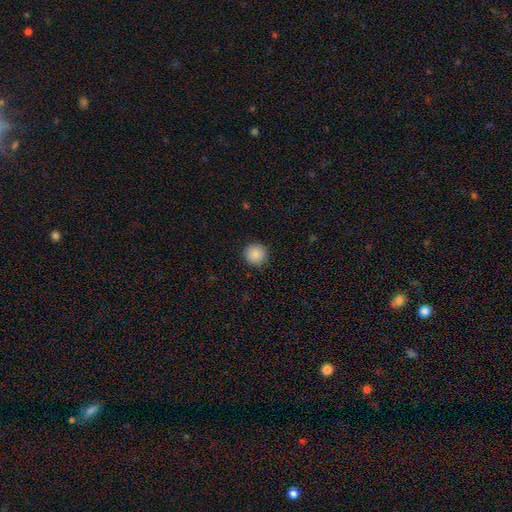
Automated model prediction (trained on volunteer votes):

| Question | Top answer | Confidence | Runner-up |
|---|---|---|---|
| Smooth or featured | smooth | 88% | star or artifact (9%) |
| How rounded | round | 95% | in between (4%) |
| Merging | none | 91% | minor disturbance (6%) |